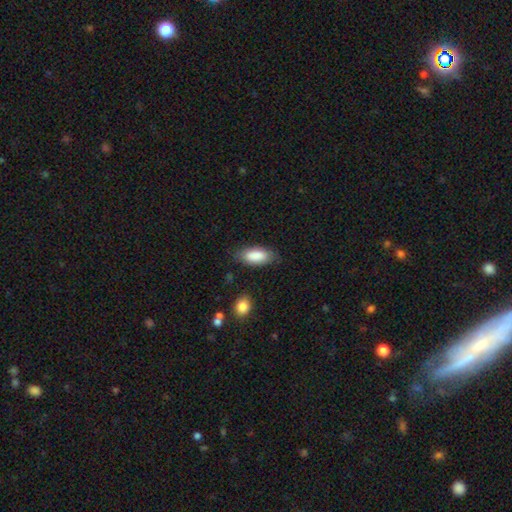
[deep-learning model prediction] A smooth galaxy with no disk features (87%) that is in between round and cigar-shaped (86%).

Vote fractions:
- Smooth or featured? smooth: 87% / featured or disk: 7% / star or artifact: 6%
- How rounded? in between: 86% / cigar-shaped: 12% / round: 2%
- Merging? none: 80% / minor disturbance: 15% / major disturbance: 3% / merger: 2%